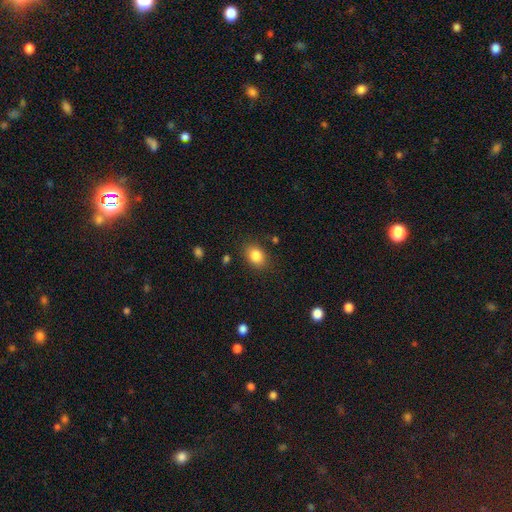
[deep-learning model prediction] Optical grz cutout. It shows a smooth galaxy with no disk features (84%) that is in between round and cigar-shaped (66%). Merging: none (82%).